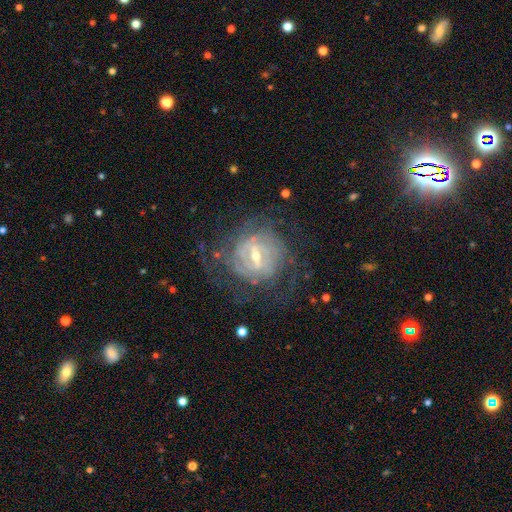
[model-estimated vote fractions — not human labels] A featured or disk galaxy (84%) with a weak bar (46%), tight (70%) spiral arms (87%) and a small central bulge (54%). Merging: none (70%).